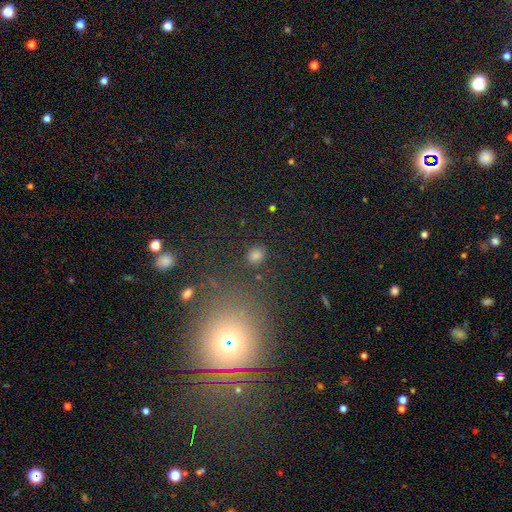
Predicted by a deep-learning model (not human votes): Overall: smooth (79%). How rounded: round (66%; in between 33%). Merging: none (85%).